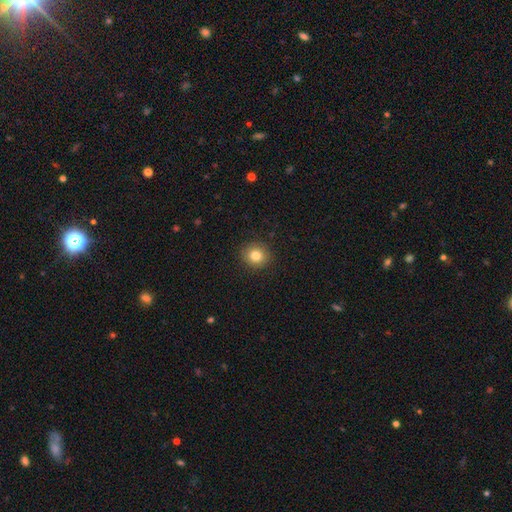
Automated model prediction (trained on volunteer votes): The model was most divided on "smooth or featured": smooth: 82%, star or artifact: 11%, featured or disk: 7%. More confident: merging — none (91%); how rounded — round (86%).